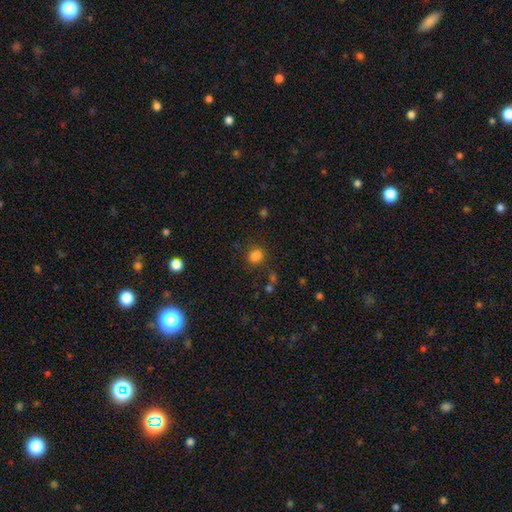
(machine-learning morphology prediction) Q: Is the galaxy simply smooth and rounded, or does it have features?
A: smooth — 81%.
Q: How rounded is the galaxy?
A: round — 50%.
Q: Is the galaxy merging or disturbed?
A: none — 71%.